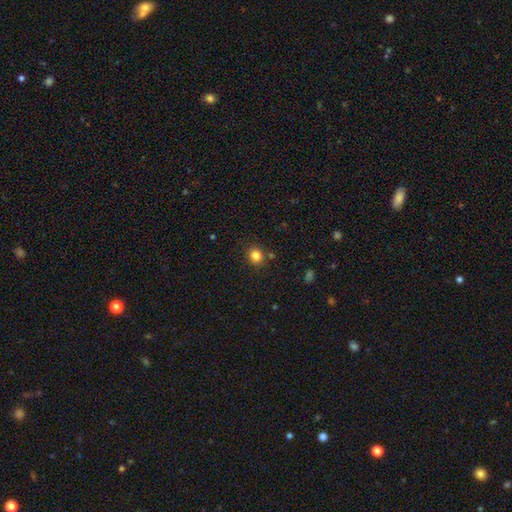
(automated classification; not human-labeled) Smooth or featured? smooth (83%)
How rounded? round (84%)
Merging? none (85%)